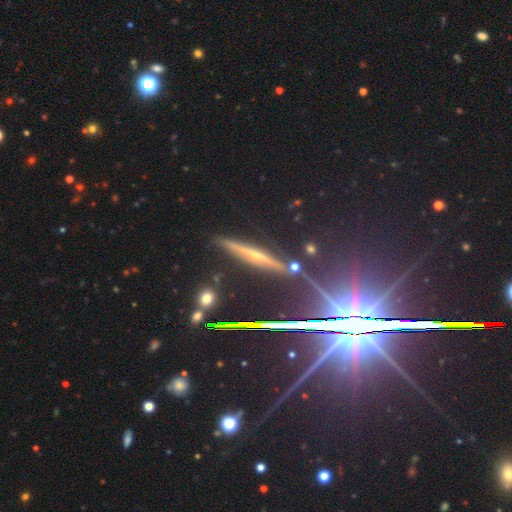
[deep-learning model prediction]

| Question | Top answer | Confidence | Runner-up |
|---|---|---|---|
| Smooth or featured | featured or disk | 61% | star or artifact (21%) |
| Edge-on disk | yes | 95% | no (5%) |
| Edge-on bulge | rounded | 76% | none (18%) |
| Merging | none | 85% | minor disturbance (10%) |